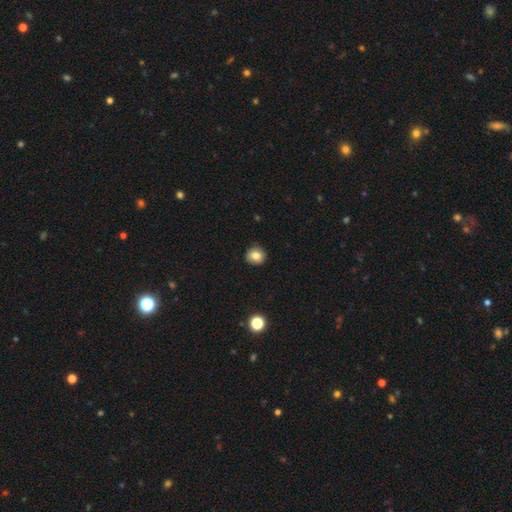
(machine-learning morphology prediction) Q: Smooth or featured?
A: smooth (81%); runner-up: star or artifact (10%)
Q: How rounded?
A: round (88%); runner-up: in between (11%)
Q: Merging?
A: none (89%); runner-up: minor disturbance (8%)